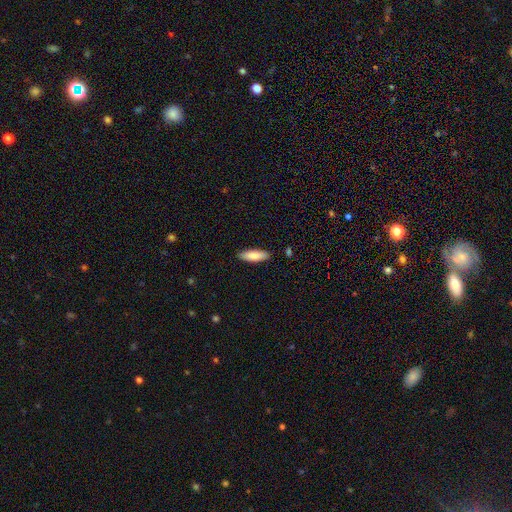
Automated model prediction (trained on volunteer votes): smooth-or-featured: smooth: 85% | featured or disk: 10% | star or artifact: 6%
  how-rounded: in between: 53% | cigar-shaped: 45% | round: 1%
  merging: none: 88% | minor disturbance: 9% | major disturbance: 2% | merger: 1%